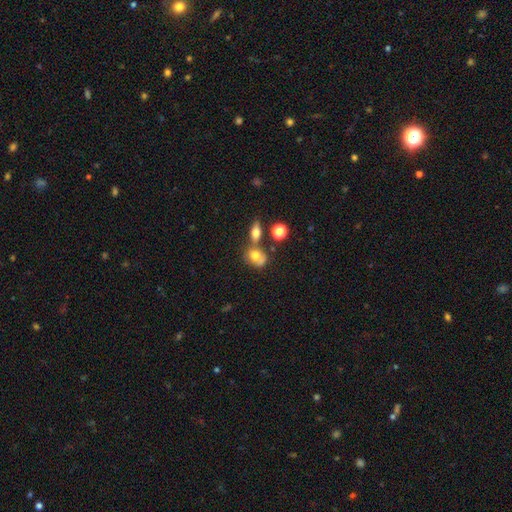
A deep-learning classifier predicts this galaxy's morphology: This appears to be a smooth galaxy with no disk features (64%) that is round (50%). Merging: none (40%).